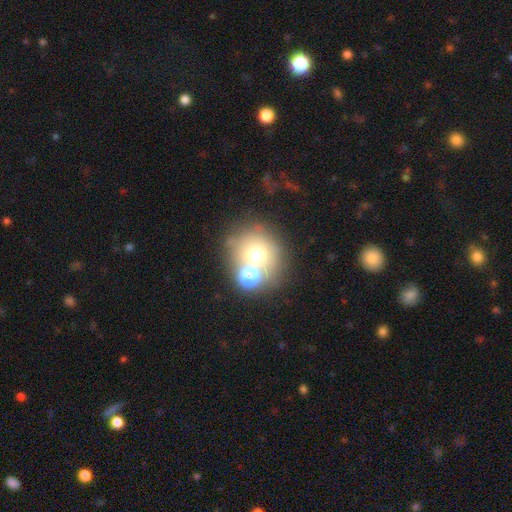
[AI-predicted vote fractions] This is likely a smooth galaxy (63%). How rounded: clearly round (86%). Merging: possibly none (51%).